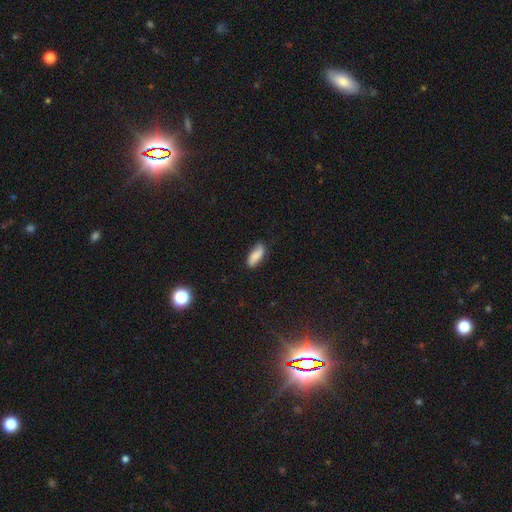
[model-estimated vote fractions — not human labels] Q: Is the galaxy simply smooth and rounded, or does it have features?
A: smooth — 75%.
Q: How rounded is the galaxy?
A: in between — 69%.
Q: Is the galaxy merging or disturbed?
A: none — 73%.